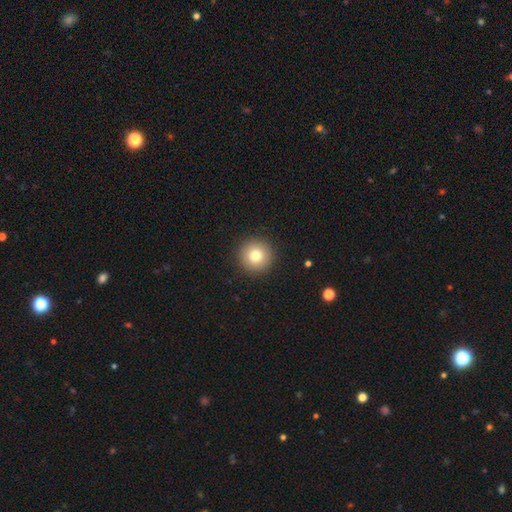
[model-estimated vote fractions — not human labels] This appears to be a smooth galaxy with no disk features (79%) that is round (96%). Merging: none (93%).